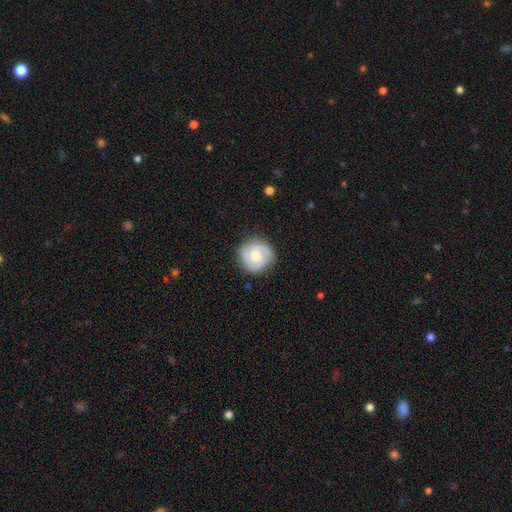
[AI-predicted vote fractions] Smooth or featured? featured or disk (56%)
Edge-on disk? no (98%)
Bar? no (61%)
Spiral arms? yes (88%)
Bulge size? moderate (51%)
Merging? none (84%)